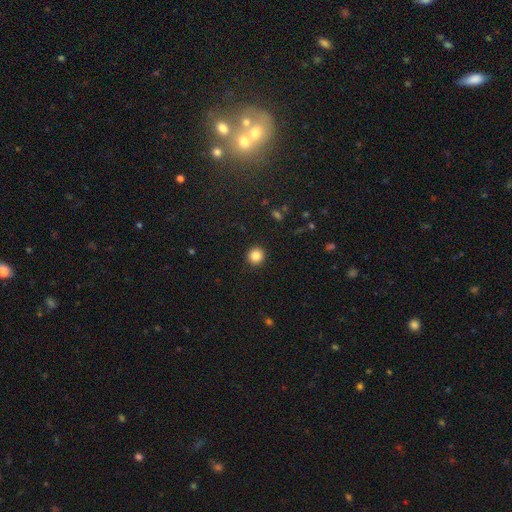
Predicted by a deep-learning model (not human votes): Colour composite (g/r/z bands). It shows a smooth galaxy with no disk features (85%) that is round (93%). Merging: none (92%).